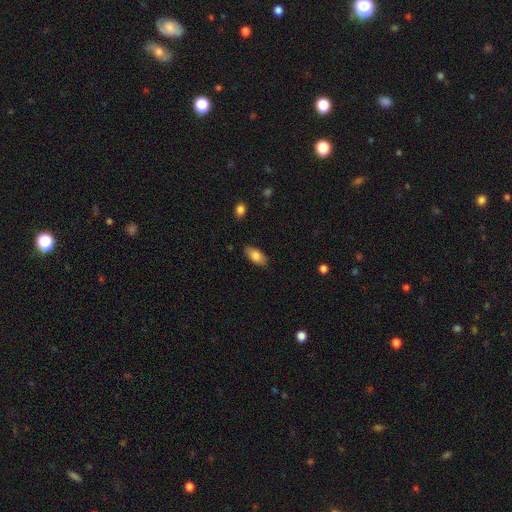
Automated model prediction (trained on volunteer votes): Smooth or featured? Predicted: smooth (p=0.82). How rounded? Predicted: in between (p=0.89). Merging? Predicted: none (p=0.84).